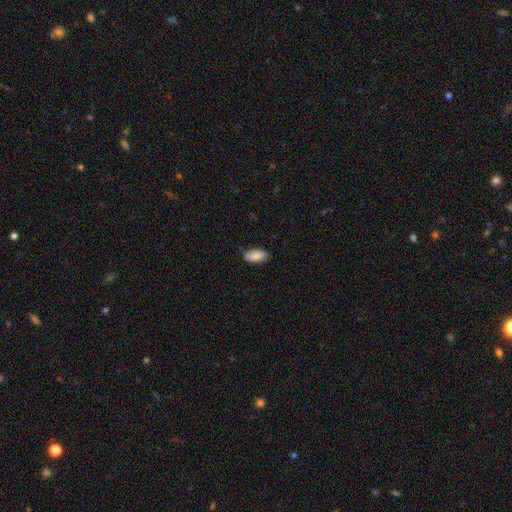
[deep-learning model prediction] Smooth or featured? Predicted: smooth (p=0.86). How rounded? Predicted: in between (p=0.92). Merging? Predicted: none (p=0.83).